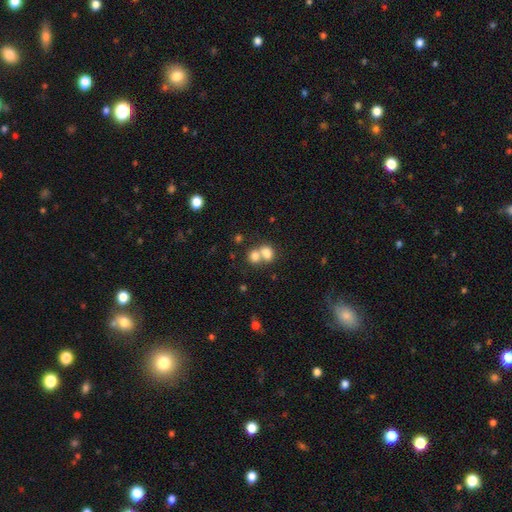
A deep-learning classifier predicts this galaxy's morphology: Smooth or featured: smooth — 75% (featured or disk — 14%)
How rounded: round — 51% (in between — 48%)
Merging: merger — 62% (none — 27%)